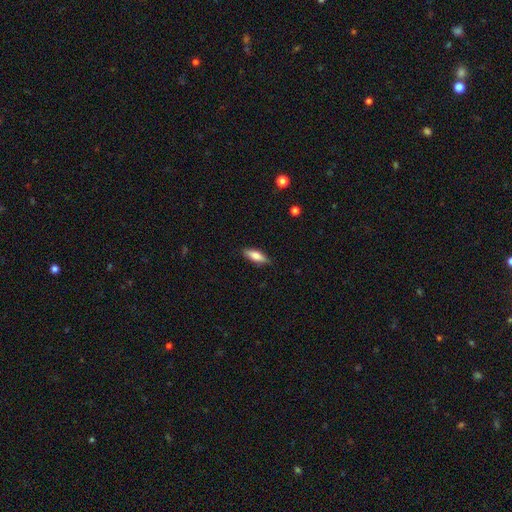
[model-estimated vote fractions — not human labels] A smooth galaxy with no disk features (71%) that is in between round and cigar-shaped (57%). Merging: none (87%).